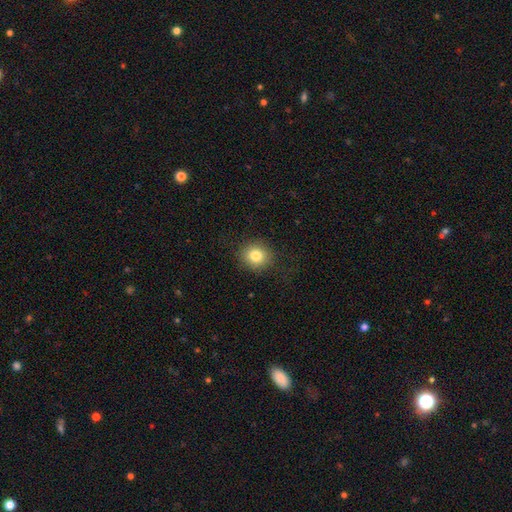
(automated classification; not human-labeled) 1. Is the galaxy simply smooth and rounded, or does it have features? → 82% smooth, 10% star or artifact, 7% featured or disk.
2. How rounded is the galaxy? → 85% round, 14% in between, 1% cigar-shaped.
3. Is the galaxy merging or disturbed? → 87% none, 9% minor disturbance, 4% major disturbance, 1% merger.